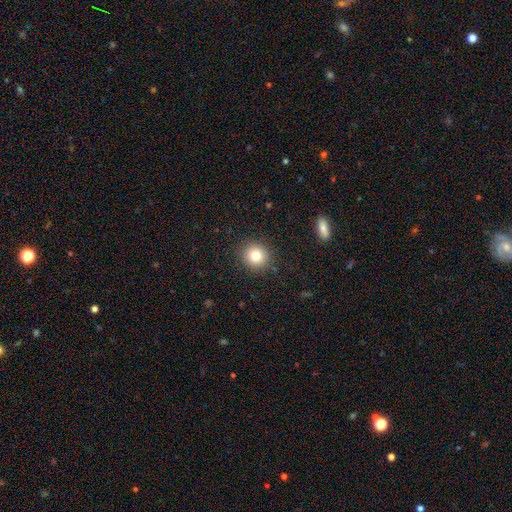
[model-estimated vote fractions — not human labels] Overall: smooth (80%). How rounded: round (91%). Merging: none (90%).